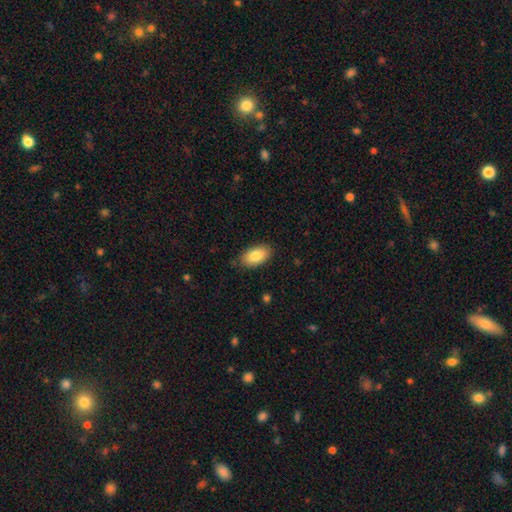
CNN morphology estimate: smooth-or-featured: smooth: 84% | featured or disk: 10% | star or artifact: 7%
  how-rounded: in between: 94% | round: 4% | cigar-shaped: 2%
  merging: none: 84% | minor disturbance: 12% | major disturbance: 2% | merger: 1%